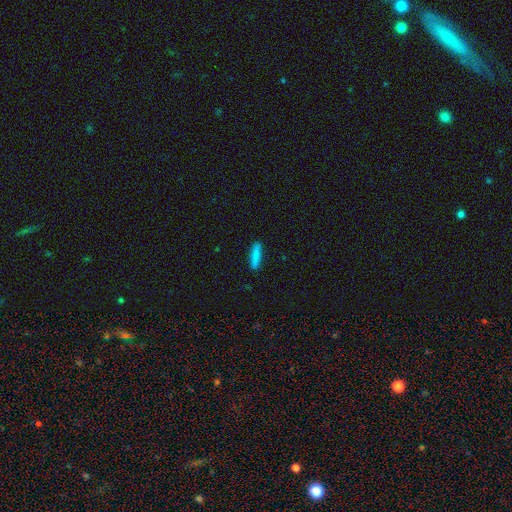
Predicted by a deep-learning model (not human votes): The model was most divided on "how rounded": cigar-shaped: 84%, in between: 14%, round: 1%. More confident: merging — none (89%); smooth or featured — smooth (86%).